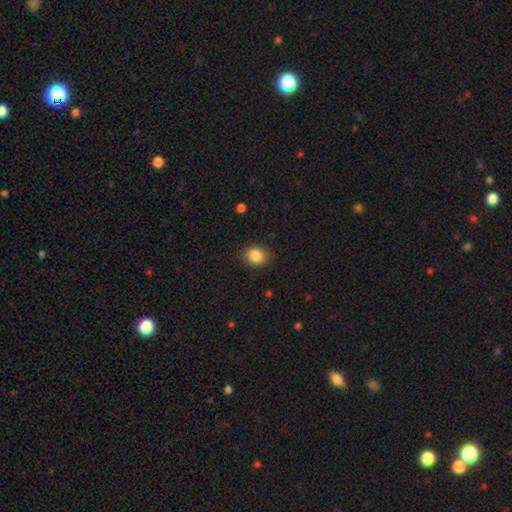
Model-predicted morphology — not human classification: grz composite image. It shows a smooth galaxy with no disk features (86%) that is round (54%). Merging: none (87%).